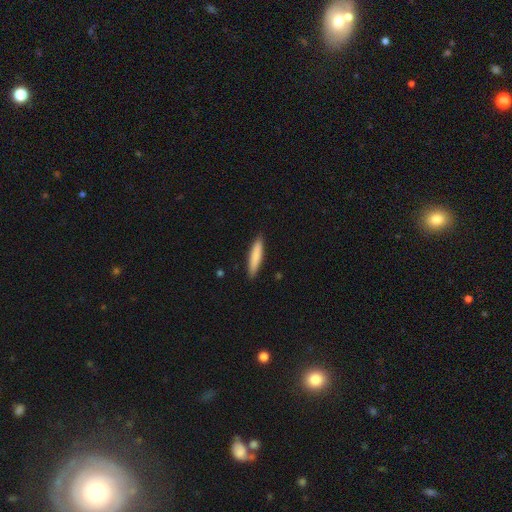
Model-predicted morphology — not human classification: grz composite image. It shows a smooth galaxy with no disk features (82%) that is cigar-shaped (86%). Merging: none (88%).